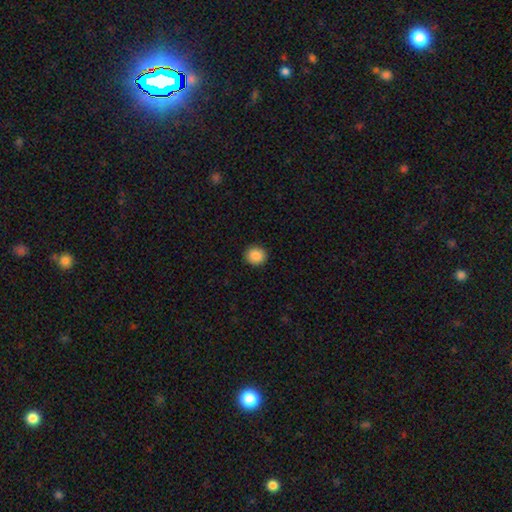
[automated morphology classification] Smooth or featured? smooth (88%)
How rounded? round (85%)
Merging? none (91%)